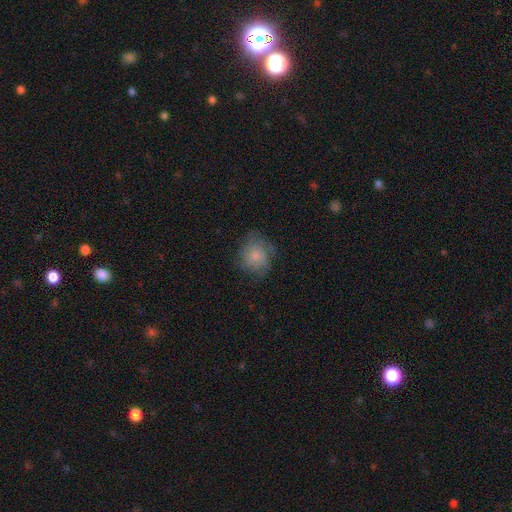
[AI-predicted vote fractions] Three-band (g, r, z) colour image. It shows a smooth galaxy with no disk features (71%) that is round (79%). Merging: none (64%).